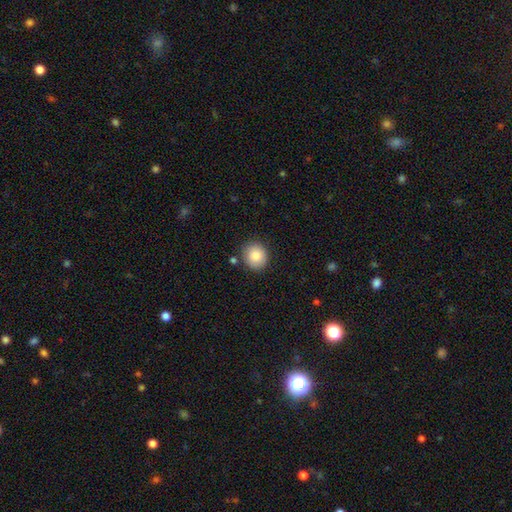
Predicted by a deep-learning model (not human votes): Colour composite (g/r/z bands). It shows a smooth galaxy with no disk features (85%) that is round (82%). Merging: none (85%).